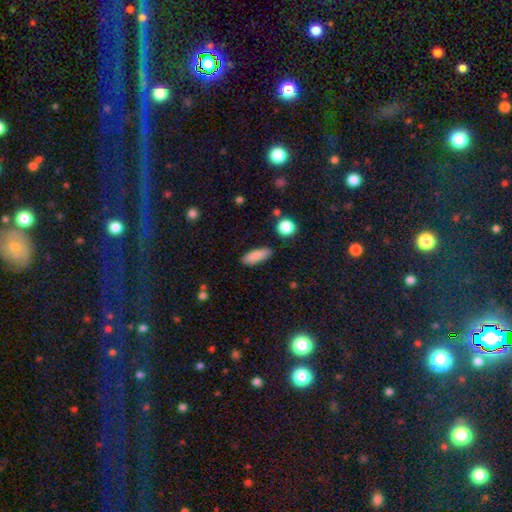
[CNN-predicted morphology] Smooth or featured?
  - smooth: 87% *
  - star or artifact: 7%
  - featured or disk: 6%
How rounded?
  - in between: 64% *
  - cigar-shaped: 33%
  - round: 3%
Merging?
  - none: 87% *
  - minor disturbance: 9%
  - major disturbance: 2%
  - merger: 2%